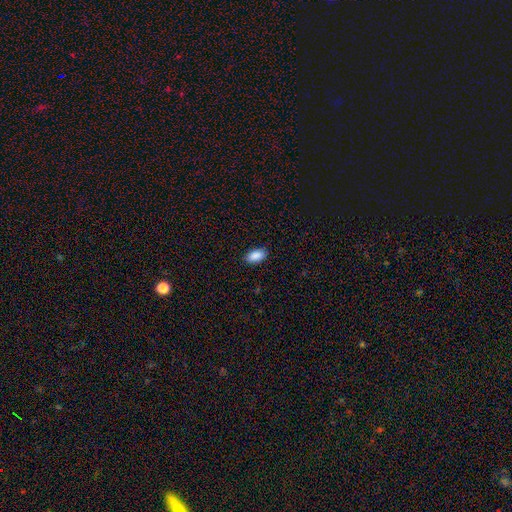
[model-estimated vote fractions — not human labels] Smooth or featured? smooth (90%)
How rounded? in between (93%)
Merging? none (86%)